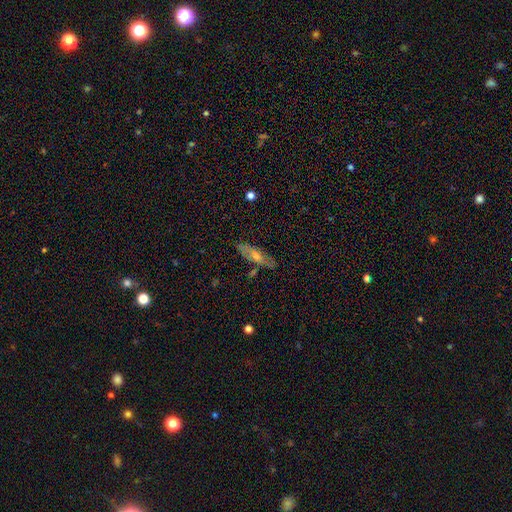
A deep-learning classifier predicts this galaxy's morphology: smooth-or-featured: featured or disk: 53% | smooth: 38% | star or artifact: 9%
  disk-edge-on: no: 56% | yes: 44%
  merging: none: 79% | minor disturbance: 14% | major disturbance: 3% | merger: 3%